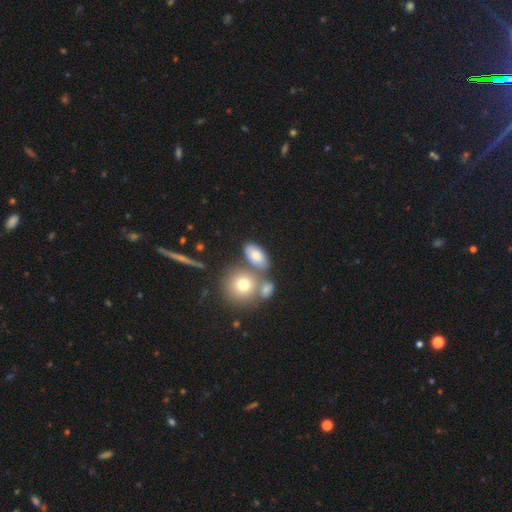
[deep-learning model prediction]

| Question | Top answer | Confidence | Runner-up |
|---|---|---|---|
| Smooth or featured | smooth | 74% | featured or disk (16%) |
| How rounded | in between | 84% | round (12%) |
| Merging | none | 62% | merger (21%) |